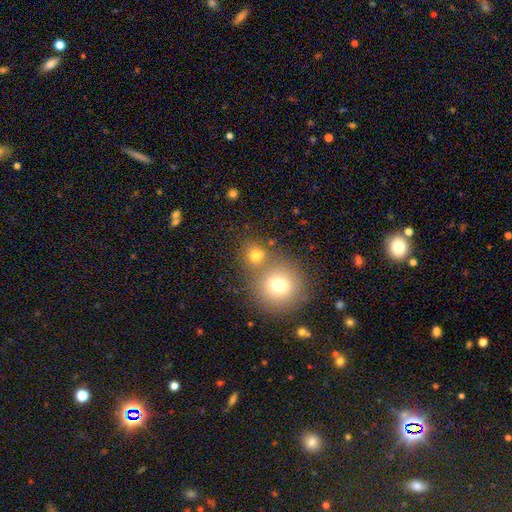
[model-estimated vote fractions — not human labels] Smooth or featured? smooth (75%)
How rounded? round (86%)
Merging? none (56%)